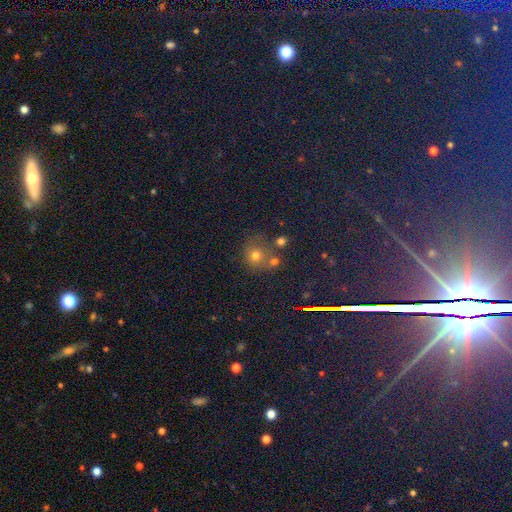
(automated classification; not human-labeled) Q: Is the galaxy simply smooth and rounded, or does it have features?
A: smooth — 65%.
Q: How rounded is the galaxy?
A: round — 84%.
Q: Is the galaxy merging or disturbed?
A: none — 53%.